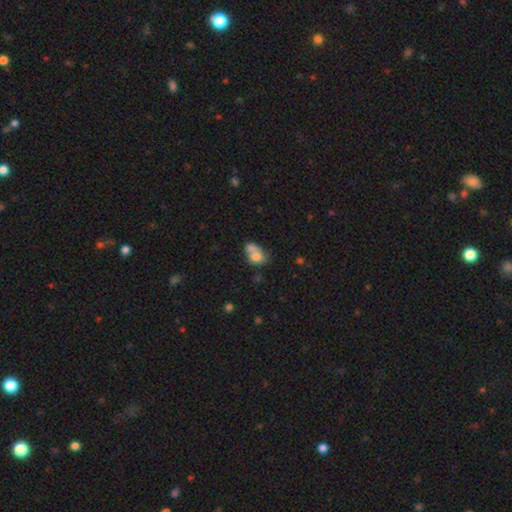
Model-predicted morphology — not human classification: A smooth galaxy with no disk features (70%) that is in between round and cigar-shaped (64%).

Vote fractions:
- Smooth or featured? smooth: 70% / featured or disk: 20% / star or artifact: 10%
- How rounded? in between: 64% / round: 34% / cigar-shaped: 2%
- Merging? merger: 59% / none: 22% / minor disturbance: 12% / major disturbance: 8%